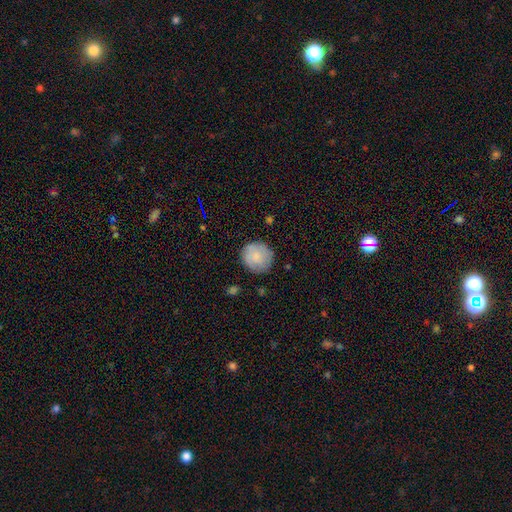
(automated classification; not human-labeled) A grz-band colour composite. It shows a smooth galaxy with no disk features (78%) that is round (91%). Merging: none (83%).